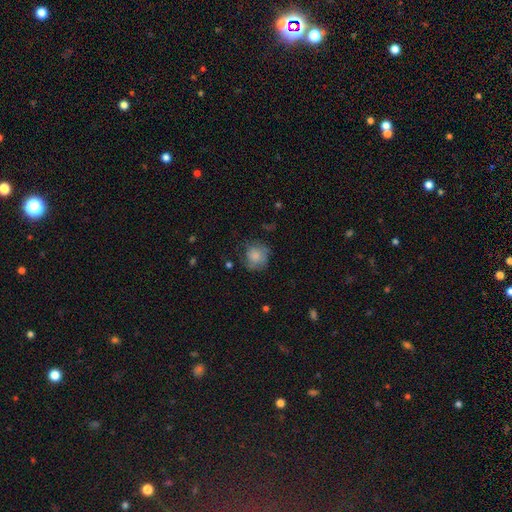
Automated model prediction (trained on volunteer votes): Smooth or featured?
  - smooth: 69% *
  - featured or disk: 22%
  - star or artifact: 8%
How rounded?
  - round: 85% *
  - in between: 14%
  - cigar-shaped: 1%
Merging?
  - none: 59% *
  - minor disturbance: 25%
  - major disturbance: 15%
  - merger: 2%